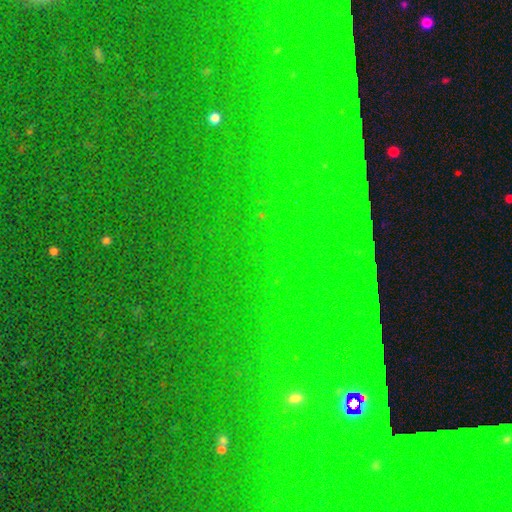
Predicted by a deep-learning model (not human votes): star or artifact 81%, smooth 10%, featured or disk 9%.